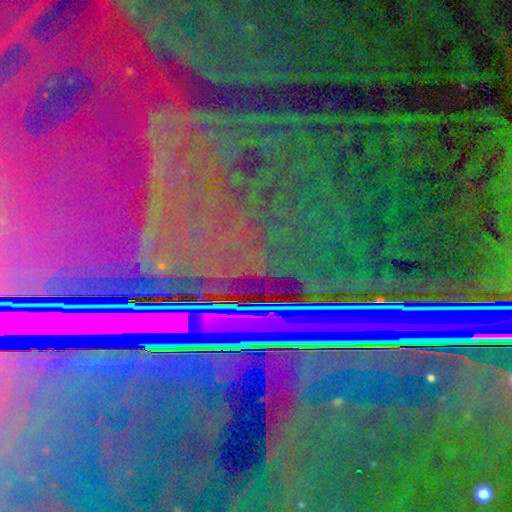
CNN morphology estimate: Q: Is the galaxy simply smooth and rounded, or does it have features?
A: star or artifact — 88%.